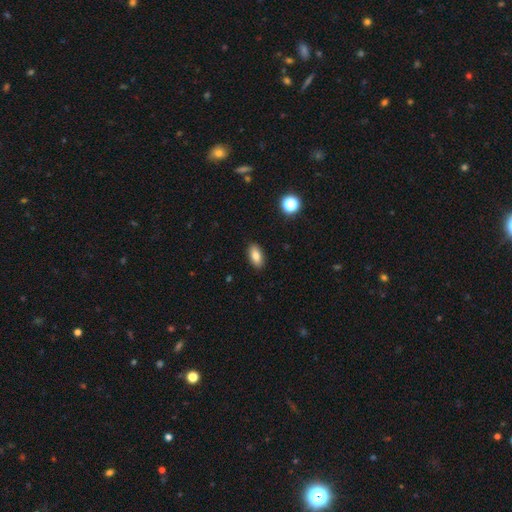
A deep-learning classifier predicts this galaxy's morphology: Smooth or featured? smooth (82%)
How rounded? in between (88%)
Merging? none (90%)